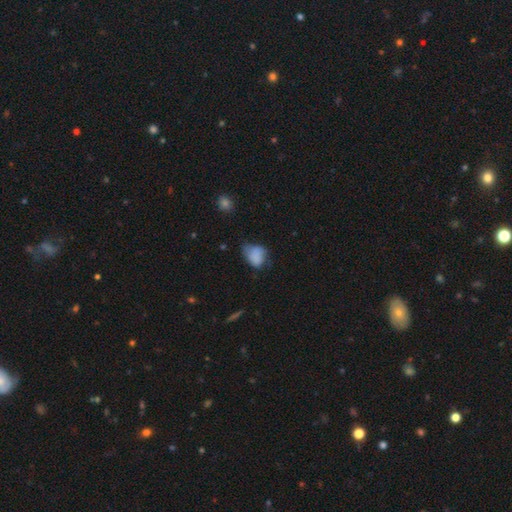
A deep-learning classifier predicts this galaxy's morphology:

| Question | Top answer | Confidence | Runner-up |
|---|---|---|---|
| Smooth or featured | smooth | 78% | featured or disk (13%) |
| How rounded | in between | 65% | round (34%) |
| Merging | minor disturbance | 41% | none (36%) |